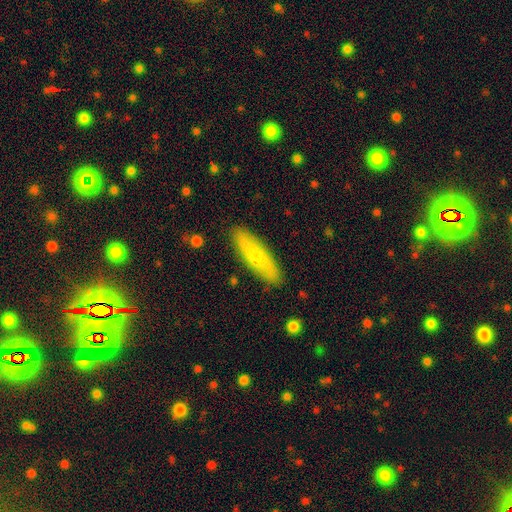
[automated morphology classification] Smooth or featured: smooth — 71% (featured or disk — 23%)
How rounded: cigar-shaped — 67% (in between — 31%)
Merging: none — 87% (minor disturbance — 10%)